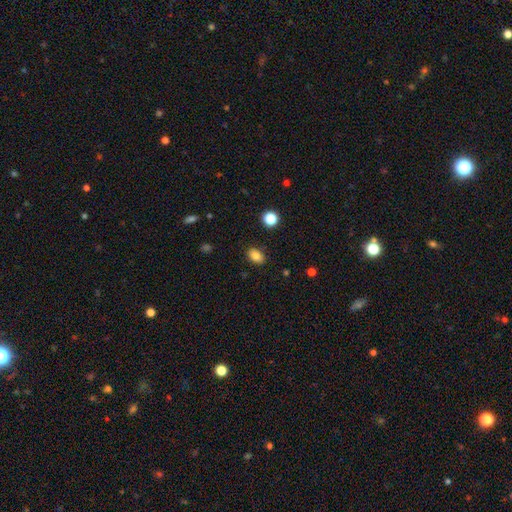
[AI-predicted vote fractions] Overall: smooth (84%). How rounded: in between (81%). Merging: none (86%).